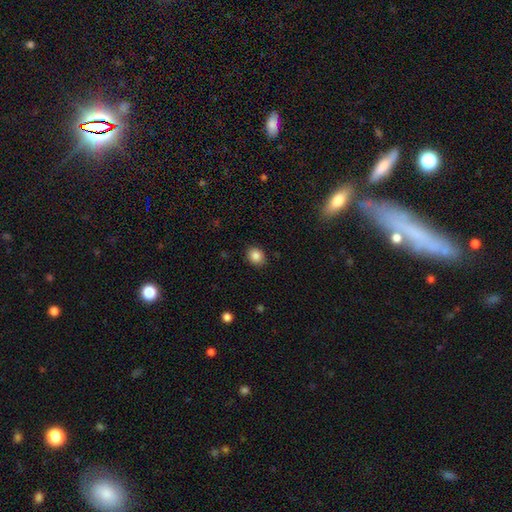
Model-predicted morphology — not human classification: Smooth or featured: smooth — 86% (star or artifact — 10%)
How rounded: round — 64% (in between — 35%)
Merging: none — 88% (minor disturbance — 8%)